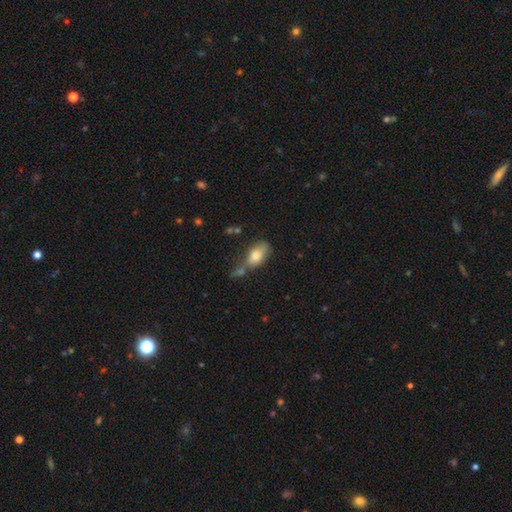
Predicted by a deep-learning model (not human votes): Overall: smooth (74%). How rounded: in between (85%). Merging: none (35%; merger 29%).